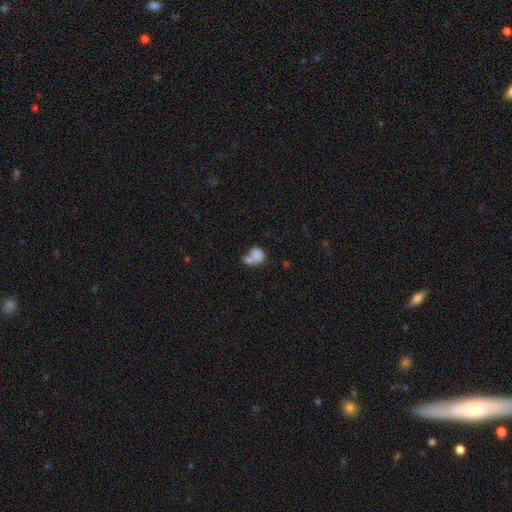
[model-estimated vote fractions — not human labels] Overall: smooth (80%). How rounded: in between (52%; round 46%). Merging: merger (64%).